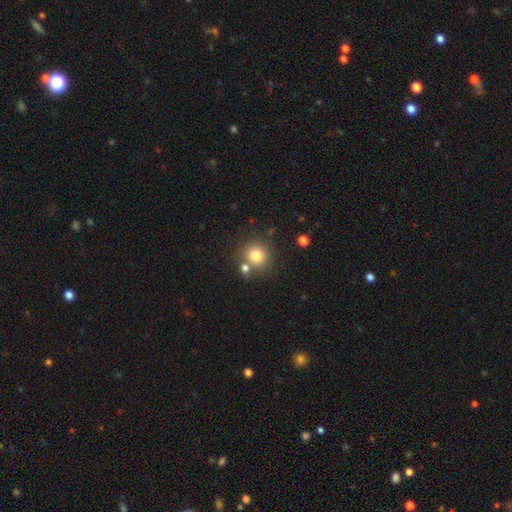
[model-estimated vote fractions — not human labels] smooth_or_featured: smooth (p=0.80) [alt: star or artifact p=0.12]
how_rounded: round (p=0.91) [alt: in between p=0.08]
merging: none (p=0.72) [alt: merger p=0.15]